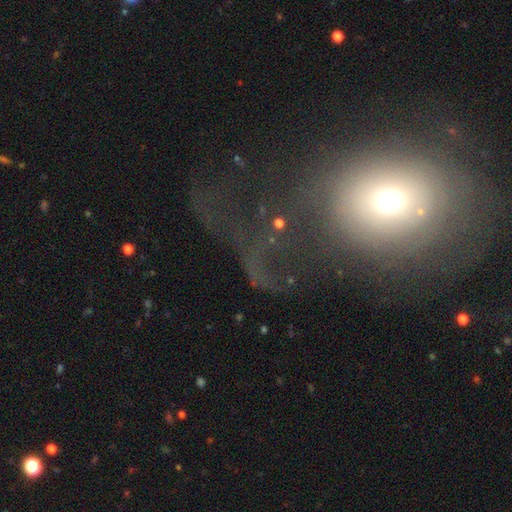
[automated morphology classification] A smooth galaxy with no disk features (44%).

Vote fractions:
- Smooth or featured? smooth: 44% / star or artifact: 31% / featured or disk: 25%
- Merging? major disturbance: 45% / none: 36% / minor disturbance: 12% / merger: 7%